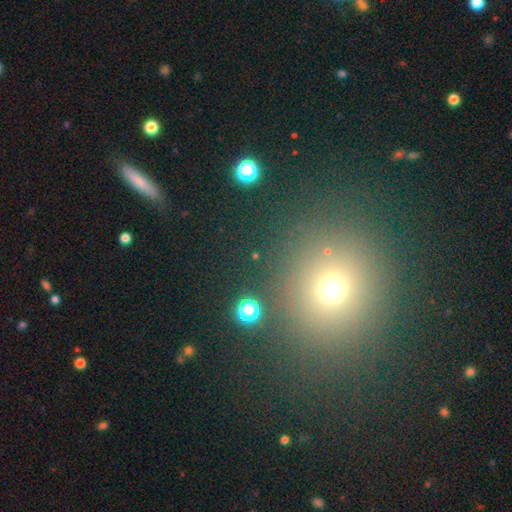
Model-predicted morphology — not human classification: Smooth or featured? Predicted: smooth (p=0.50). Merging? Predicted: none (p=0.86).